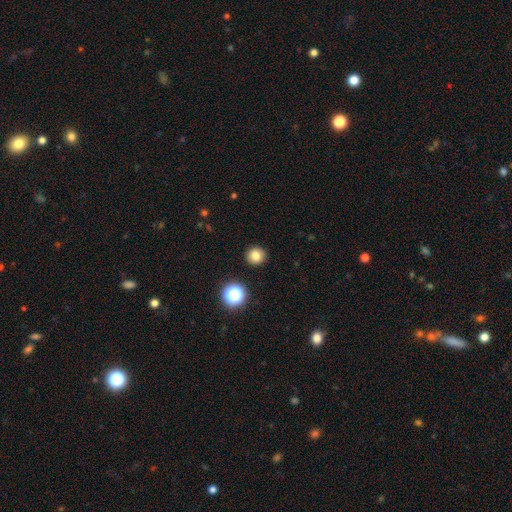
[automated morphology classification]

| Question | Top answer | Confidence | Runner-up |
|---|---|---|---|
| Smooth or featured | smooth | 80% | star or artifact (13%) |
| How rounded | round | 91% | in between (8%) |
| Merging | none | 92% | minor disturbance (5%) |